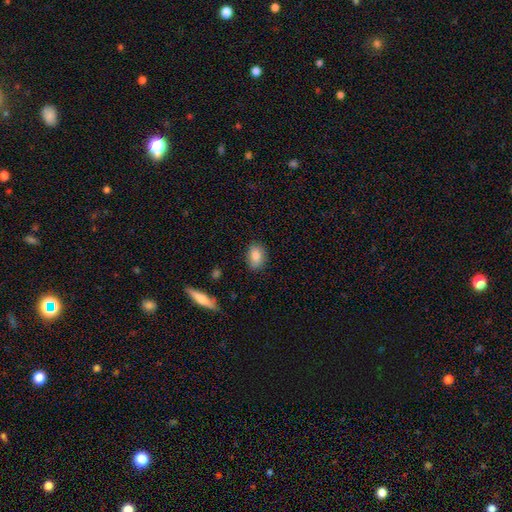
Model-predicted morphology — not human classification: The model was most divided on "how rounded": in between: 79%, round: 19%, cigar-shaped: 2%. More confident: smooth or featured — smooth (85%); merging — none (83%).